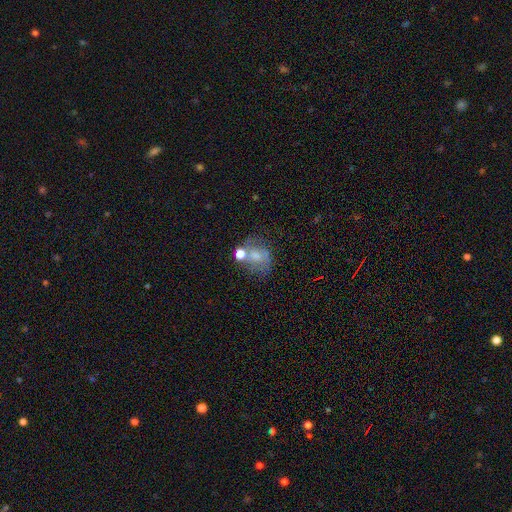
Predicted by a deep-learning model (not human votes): Smooth or featured? smooth (45%)
Merging? none (39%)